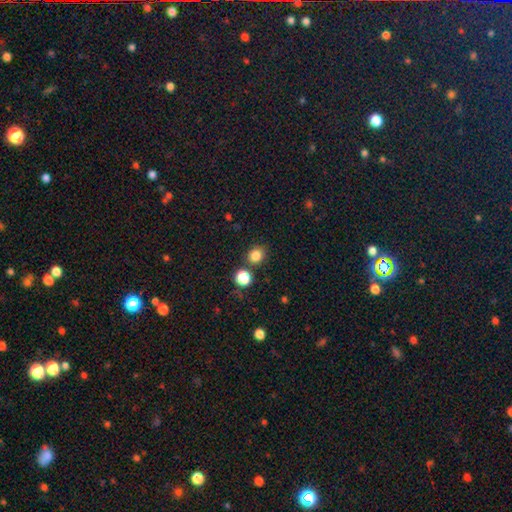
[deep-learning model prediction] Smooth or featured: smooth — 82% (star or artifact — 13%)
How rounded: round — 79% (in between — 20%)
Merging: none — 78% (merger — 10%)